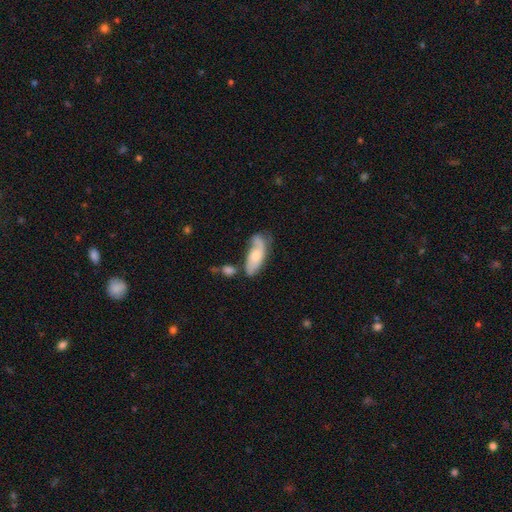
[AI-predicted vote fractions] Smooth or featured?
  - smooth: 48% *
  - featured or disk: 46%
  - star or artifact: 6%
Merging?
  - none: 42% *
  - minor disturbance: 27%
  - major disturbance: 16%
  - merger: 15%